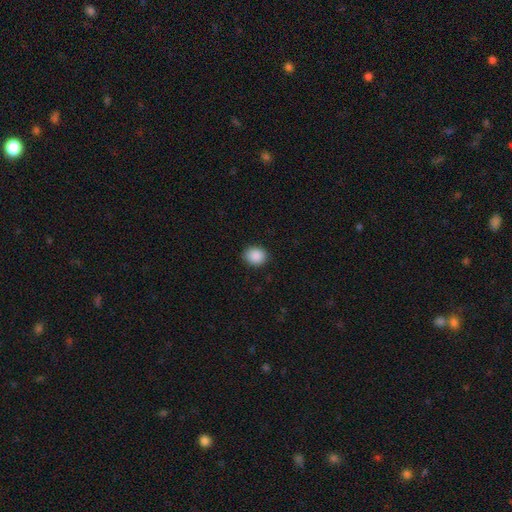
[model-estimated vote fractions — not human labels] A smooth galaxy with no disk features (89%) that is round (63%).

Vote fractions:
- Smooth or featured? smooth: 89% / star or artifact: 8% / featured or disk: 3%
- How rounded? round: 63% / in between: 36% / cigar-shaped: 1%
- Merging? none: 88% / minor disturbance: 9% / major disturbance: 2% / merger: 1%